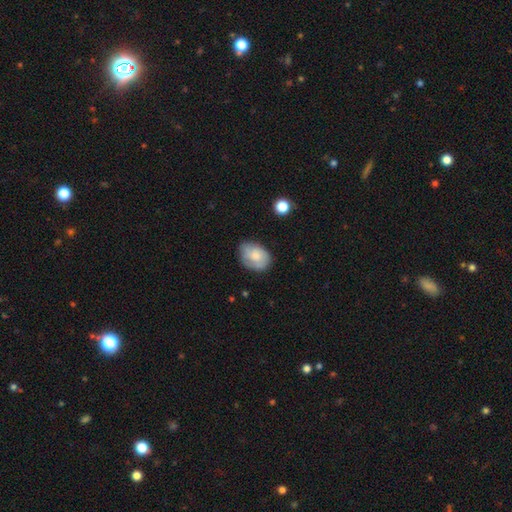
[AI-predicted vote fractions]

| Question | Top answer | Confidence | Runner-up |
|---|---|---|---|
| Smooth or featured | smooth | 61% | featured or disk (31%) |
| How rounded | in between | 76% | round (23%) |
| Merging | none | 64% | minor disturbance (27%) |